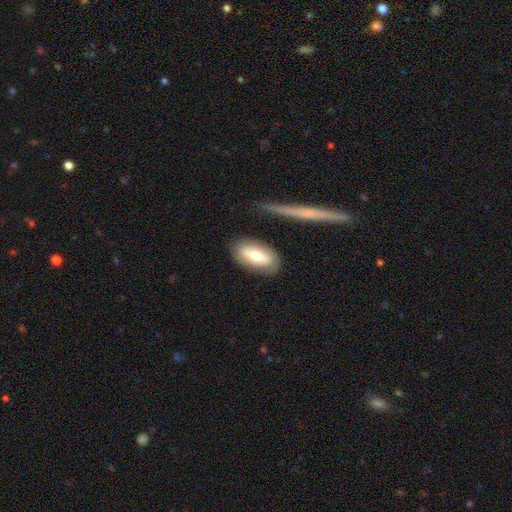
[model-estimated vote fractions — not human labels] smooth 63%, featured or disk 31%, star or artifact 7%. Down the decision tree: how rounded — in between (88%); merging — none (78%).